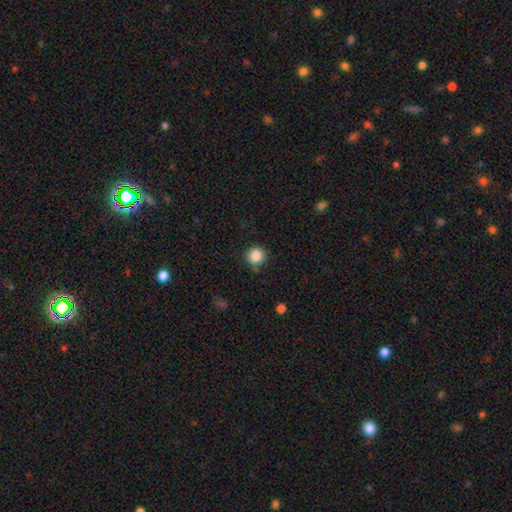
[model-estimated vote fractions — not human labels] smooth 86%, star or artifact 10%, featured or disk 4%. Down the decision tree: how rounded — round (93%); merging — none (84%).